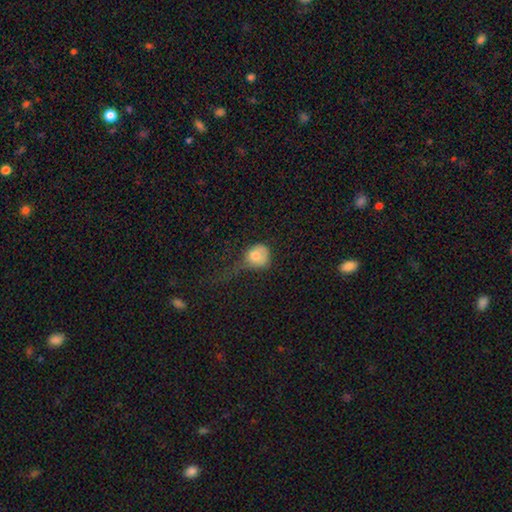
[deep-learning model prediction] smooth 74%, featured or disk 17%, star or artifact 9%. Down the decision tree: how rounded — round (75%); merging — major disturbance (43%).